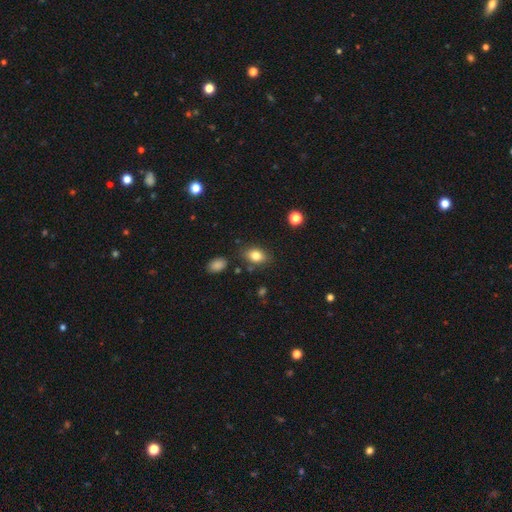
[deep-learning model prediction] smooth-or-featured: smooth: 81% | star or artifact: 9% | featured or disk: 9%
  how-rounded: in between: 78% | round: 20% | cigar-shaped: 2%
  merging: none: 80% | minor disturbance: 13% | merger: 4% | major disturbance: 3%